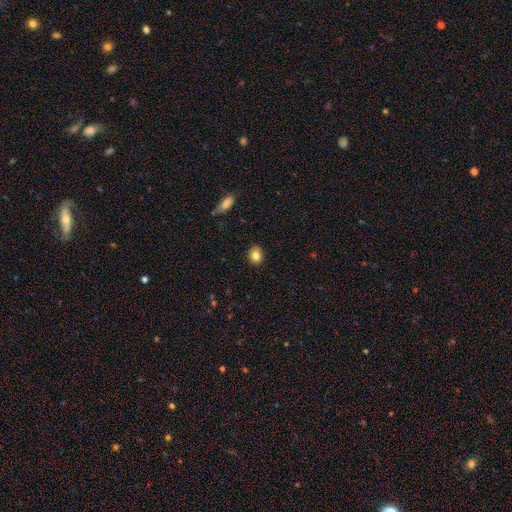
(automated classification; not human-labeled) Smooth or featured? Predicted: smooth (p=0.82). How rounded? Predicted: round (p=0.57). Merging? Predicted: none (p=0.86).